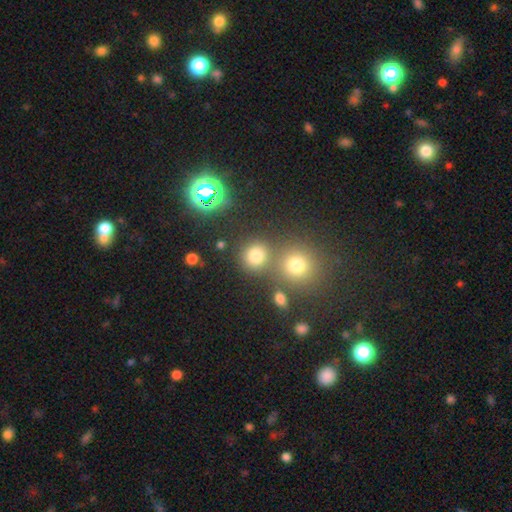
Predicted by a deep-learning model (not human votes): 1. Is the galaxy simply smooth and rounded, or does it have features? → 73% smooth, 19% star or artifact, 7% featured or disk.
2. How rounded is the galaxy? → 85% round, 14% in between, 1% cigar-shaped.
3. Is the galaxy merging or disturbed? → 67% none, 21% merger, 8% minor disturbance, 4% major disturbance.